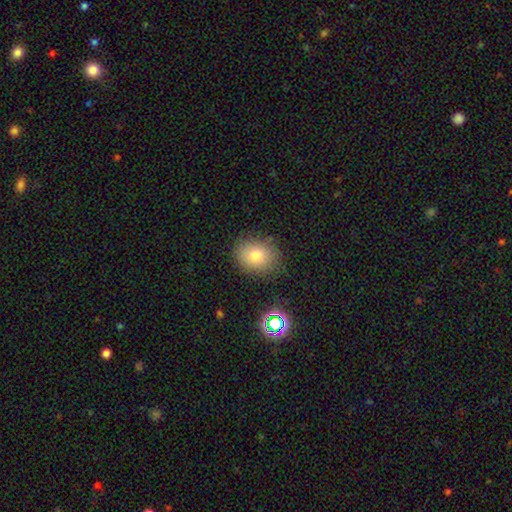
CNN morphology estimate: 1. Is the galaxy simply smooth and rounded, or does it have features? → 77% smooth, 13% star or artifact, 10% featured or disk.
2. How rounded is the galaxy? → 54% round, 45% in between, 1% cigar-shaped.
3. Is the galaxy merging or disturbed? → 81% none, 13% minor disturbance, 4% major disturbance, 2% merger.